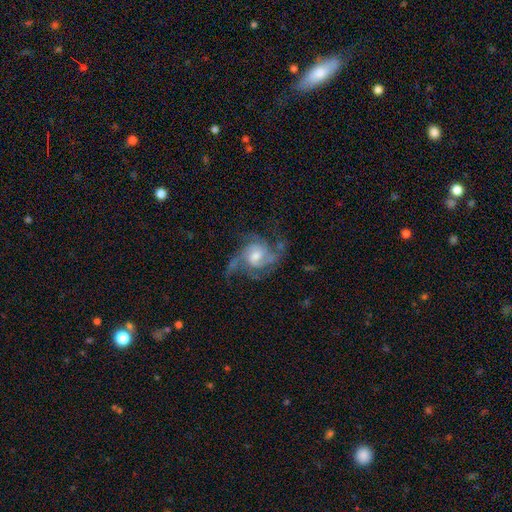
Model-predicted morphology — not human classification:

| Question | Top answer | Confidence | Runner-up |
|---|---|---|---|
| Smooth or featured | featured or disk | 85% | smooth (8%) |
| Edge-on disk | no | 98% | yes (2%) |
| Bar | no | 50% | weak (41%) |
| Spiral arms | yes | 95% | no (5%) |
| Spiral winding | medium | 51% | loose (26%) |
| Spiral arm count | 3 | 38% | 2 (28%) |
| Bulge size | moderate | 59% | small (25%) |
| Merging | none | 56% | major disturbance (23%) |